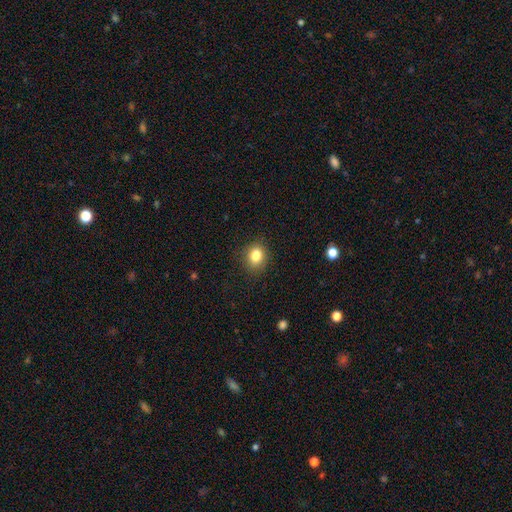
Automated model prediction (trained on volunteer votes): This appears to be a smooth galaxy with no disk features (84%) that is round (55%). Merging: none (86%).